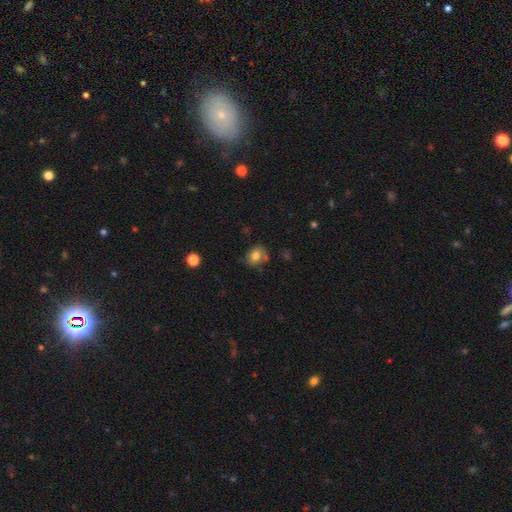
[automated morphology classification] A smooth galaxy with no disk features (77%) that is in between round and cigar-shaped (57%).

Vote fractions:
- Smooth or featured? smooth: 77% / featured or disk: 12% / star or artifact: 11%
- How rounded? in between: 57% / round: 42% / cigar-shaped: 1%
- Merging? none: 61% / minor disturbance: 21% / merger: 11% / major disturbance: 7%